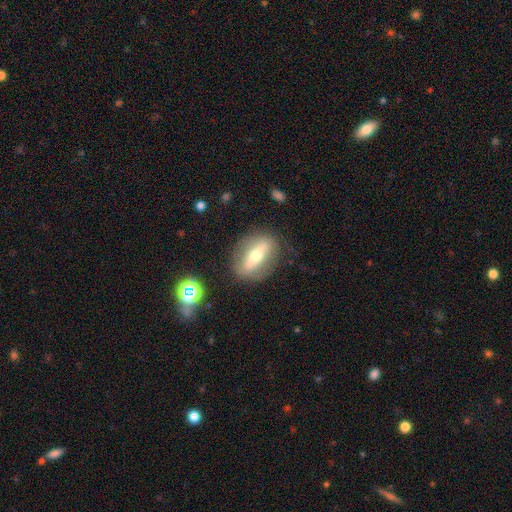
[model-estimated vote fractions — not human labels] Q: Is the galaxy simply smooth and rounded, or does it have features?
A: featured or disk — 55%.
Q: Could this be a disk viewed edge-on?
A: no — 68%.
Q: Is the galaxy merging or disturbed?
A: none — 80%.